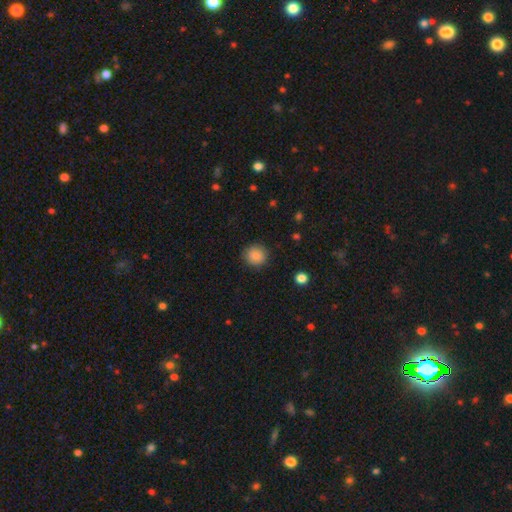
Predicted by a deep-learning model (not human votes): smooth_or_featured: smooth (p=0.87) [alt: star or artifact p=0.09]
how_rounded: round (p=0.92) [alt: in between p=0.07]
merging: none (p=0.90) [alt: minor disturbance p=0.07]